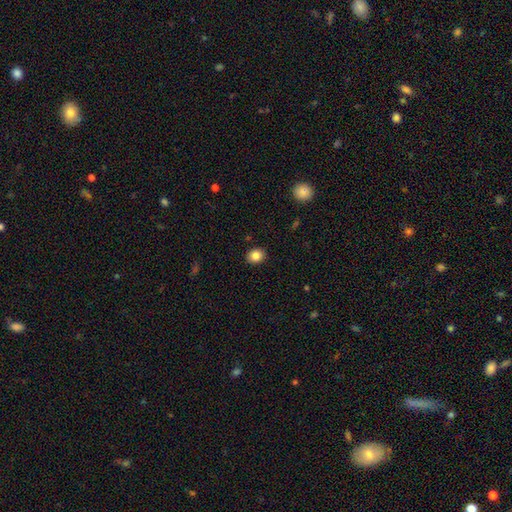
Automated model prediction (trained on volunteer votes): Smooth or featured?
  - smooth: 85% *
  - star or artifact: 10%
  - featured or disk: 6%
How rounded?
  - round: 57% *
  - in between: 43%
  - cigar-shaped: 1%
Merging?
  - none: 89% *
  - minor disturbance: 8%
  - major disturbance: 2%
  - merger: 1%